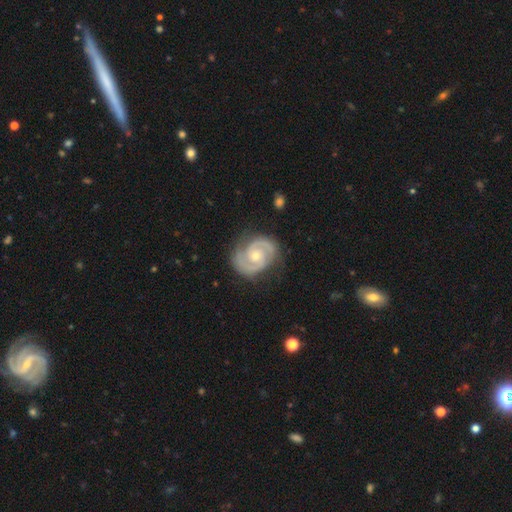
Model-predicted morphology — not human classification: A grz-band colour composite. It shows a featured or disk galaxy (92%) with no bar (64%), 2 (93%) tight (51%) spiral arms (98%) and a moderate central bulge (53%). Merging: none (81%).